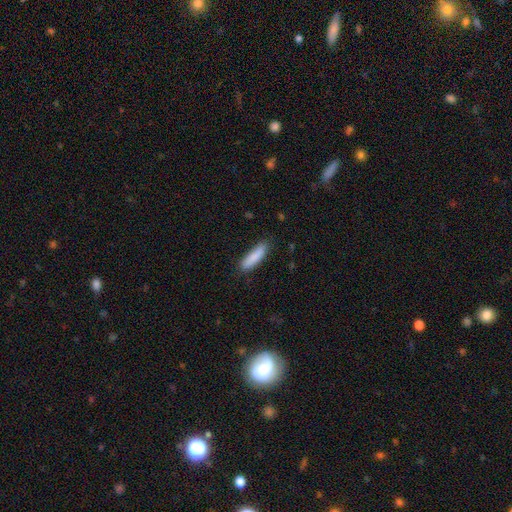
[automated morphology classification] Q: Smooth or featured?
A: smooth (85%); runner-up: featured or disk (9%)
Q: How rounded?
A: cigar-shaped (71%); runner-up: in between (28%)
Q: Merging?
A: none (83%); runner-up: minor disturbance (13%)